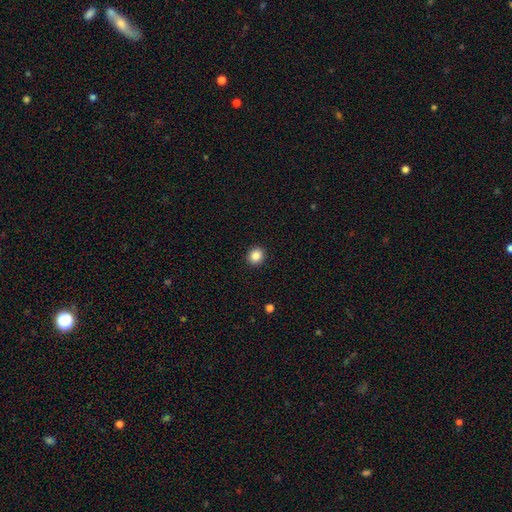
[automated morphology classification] A smooth galaxy with no disk features (86%) that is round (83%).

Vote fractions:
- Smooth or featured? smooth: 86% / star or artifact: 10% / featured or disk: 4%
- How rounded? round: 83% / in between: 16% / cigar-shaped: 1%
- Merging? none: 92% / minor disturbance: 5% / major disturbance: 2% / merger: 1%